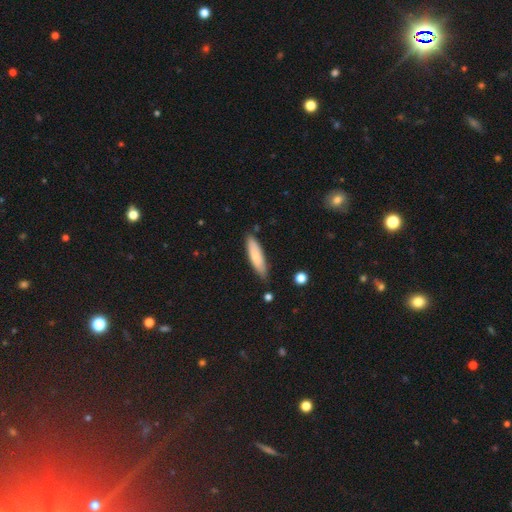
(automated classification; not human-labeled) Smooth or featured: smooth — 76% (featured or disk — 18%)
How rounded: cigar-shaped — 68% (in between — 31%)
Merging: none — 79% (minor disturbance — 16%)